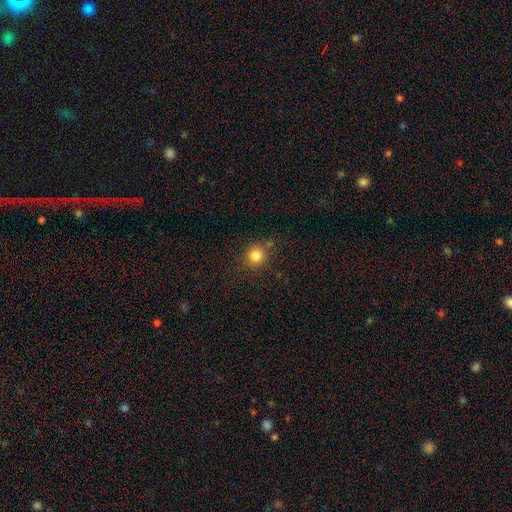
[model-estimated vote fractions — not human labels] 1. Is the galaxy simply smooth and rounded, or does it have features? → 82% smooth, 12% star or artifact, 6% featured or disk.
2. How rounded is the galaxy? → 91% round, 8% in between, 1% cigar-shaped.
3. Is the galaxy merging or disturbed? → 79% none, 11% minor disturbance, 6% merger, 4% major disturbance.